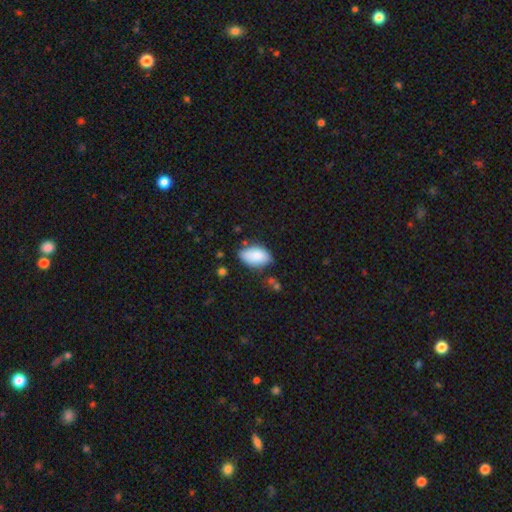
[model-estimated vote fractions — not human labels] smooth-or-featured: smooth: 84% | featured or disk: 10% | star or artifact: 7%
  how-rounded: in between: 93% | round: 5% | cigar-shaped: 2%
  merging: none: 68% | minor disturbance: 24% | major disturbance: 5% | merger: 4%